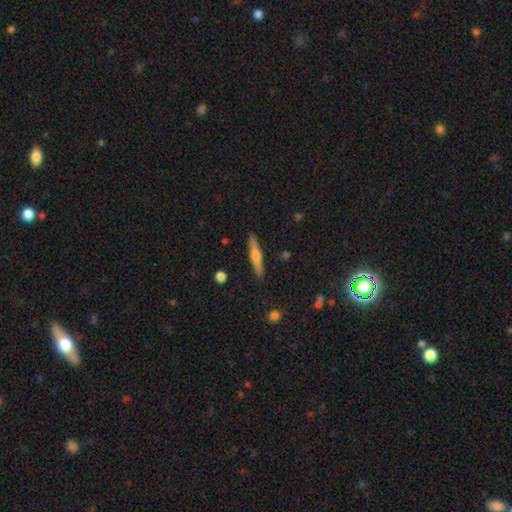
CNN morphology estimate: A featured or disk galaxy (62%) viewed edge-on (97%) with a rounded central bulge (91%). Merging: none (90%).